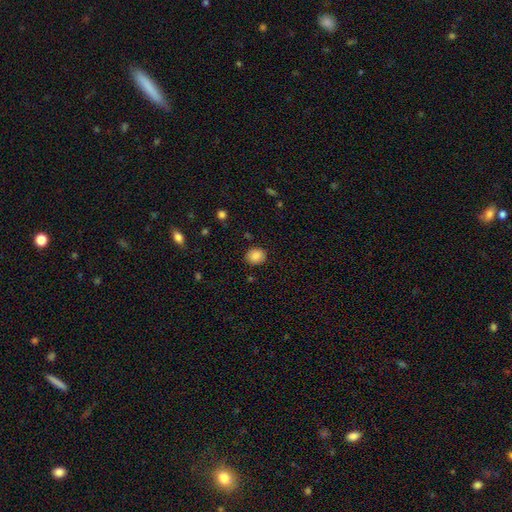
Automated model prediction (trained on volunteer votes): This is clearly a smooth galaxy (87%). How rounded: likely round (65%). Merging: clearly none (87%).